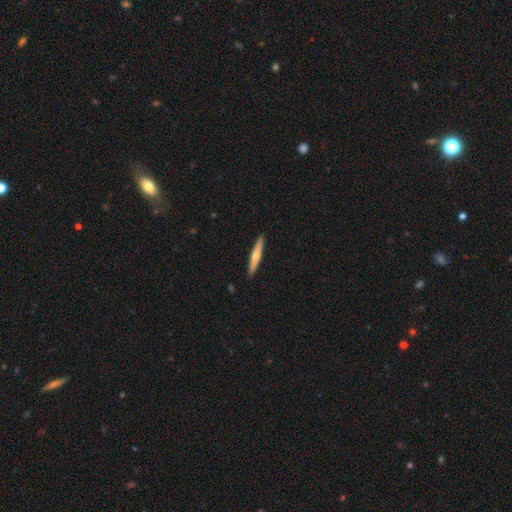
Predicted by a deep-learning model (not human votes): Smooth or featured?
  - featured or disk: 56% *
  - smooth: 38%
  - star or artifact: 5%
Edge-on disk?
  - yes: 96% *
  - no: 4%
Edge-on bulge?
  - rounded: 88% *
  - none: 10%
  - boxy: 3%
Merging?
  - none: 92% *
  - minor disturbance: 6%
  - major disturbance: 1%
  - merger: 1%